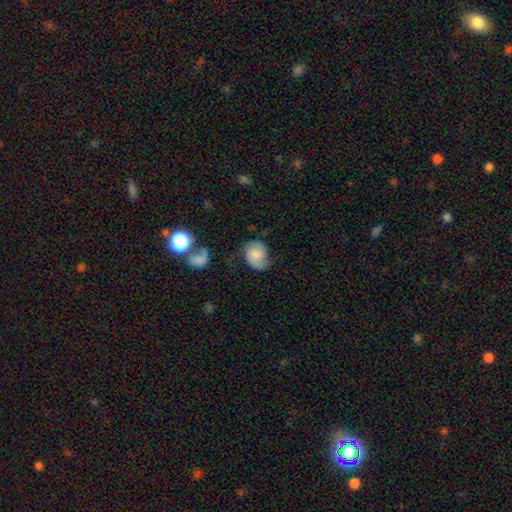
Smooth or featured?
  - featured or disk: 59% *
  - smooth: 38%
  - star or artifact: 3%
Edge-on disk?
  - no: 96% *
  - yes: 4%
Bar?
  - weak: 50% *
  - no: 45%
  - strong: 5%
Spiral arms?
  - yes: 95% *
  - no: 5%
Spiral winding?
  - tight: 38% *
  - loose: 33%
  - medium: 29%
Spiral arm count?
  - 2: 86% *
  - can't tell: 10%
  - 1: 5%
  - 3: 0%
  - 4: 0%
  - more than 4: 0%
Bulge size?
  - moderate: 41% *
  - small: 27%
  - large: 18%
  - none: 14%
  - dominant: 0%
Merging?
  - none: 66% *
  - minor disturbance: 18%
  - major disturbance: 11%
  - merger: 5%